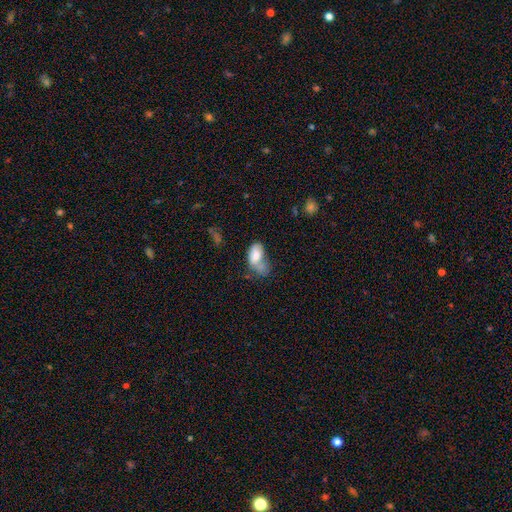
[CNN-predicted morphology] Smooth or featured? Predicted: smooth (p=0.72). How rounded? Predicted: in between (p=0.91). Merging? Predicted: merger (p=0.30).